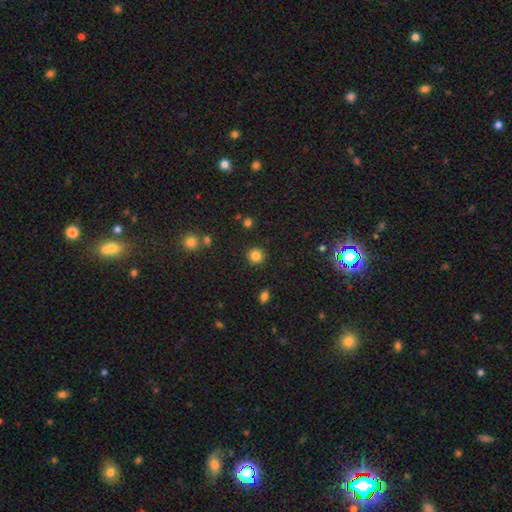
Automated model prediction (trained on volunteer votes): smooth 83%, star or artifact 12%, featured or disk 5%. Down the decision tree: how rounded — round (92%); merging — none (90%).